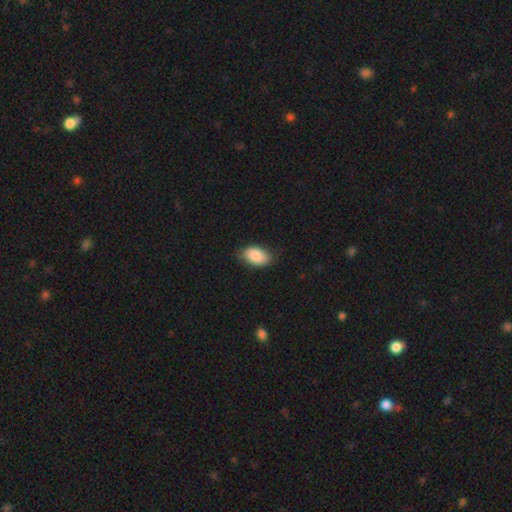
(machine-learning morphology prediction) smooth 87%, featured or disk 7%, star or artifact 6%. Down the decision tree: how rounded — in between (93%); merging — none (76%).